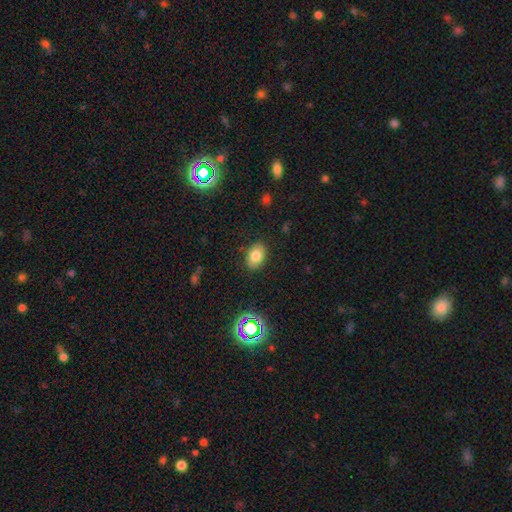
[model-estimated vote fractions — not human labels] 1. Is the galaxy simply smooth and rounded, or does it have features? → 80% smooth, 11% star or artifact, 9% featured or disk.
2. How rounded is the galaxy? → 79% in between, 20% round, 1% cigar-shaped.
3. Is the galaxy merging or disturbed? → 86% none, 10% minor disturbance, 3% major disturbance, 1% merger.